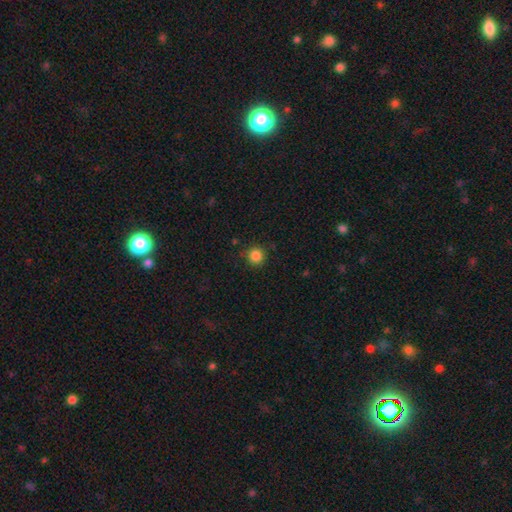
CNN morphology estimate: Overall: smooth (85%). How rounded: round (94%). Merging: none (88%).